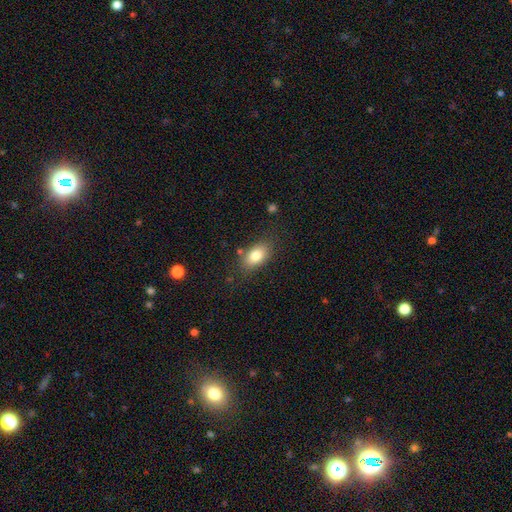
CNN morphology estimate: Smooth or featured?
  - smooth: 81% *
  - featured or disk: 11%
  - star or artifact: 8%
How rounded?
  - in between: 87% *
  - round: 10%
  - cigar-shaped: 3%
Merging?
  - none: 78% *
  - minor disturbance: 14%
  - major disturbance: 4%
  - merger: 3%